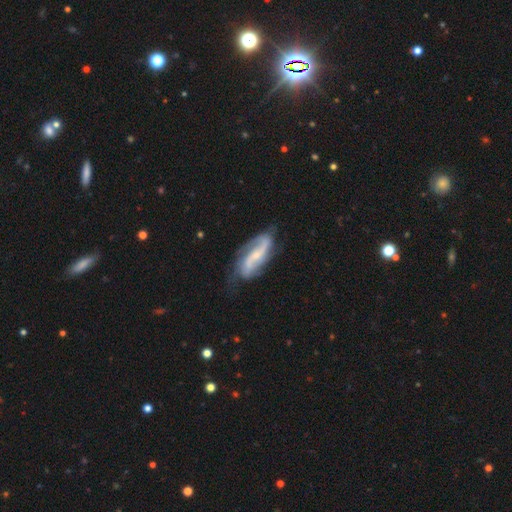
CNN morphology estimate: smooth-or-featured: featured or disk: 84% | smooth: 11% | star or artifact: 5%
  disk-edge-on: no: 93% | yes: 7%
    bar: strong: 34% (tied) | weak: 34% (tied) | no: 32%
    has-spiral-arms: yes: 95% | no: 5%
      spiral-winding: loose: 52% | medium: 34% | tight: 14%
      spiral-arm-count: 2: 86% | can't tell: 6% | 3: 3% | 1: 2% | 4: 1% | more than 4: 1%
    bulge-size: small: 70% | moderate: 23% | none: 4% | large: 1% | dominant: 1%
  merging: none: 68% | minor disturbance: 22% | major disturbance: 8% | merger: 2%